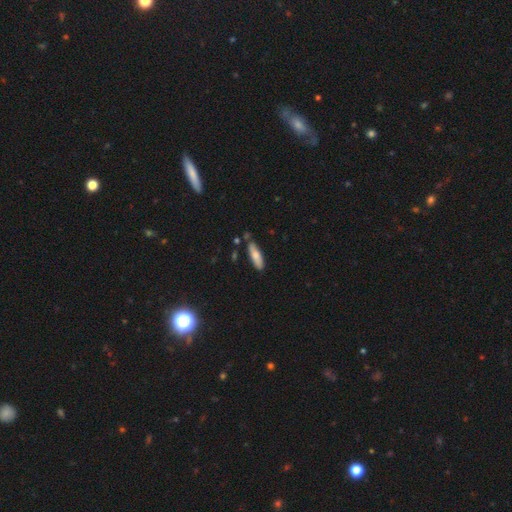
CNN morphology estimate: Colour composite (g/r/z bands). It shows a smooth galaxy with no disk features (75%) that is cigar-shaped (56%). Merging: none (78%).